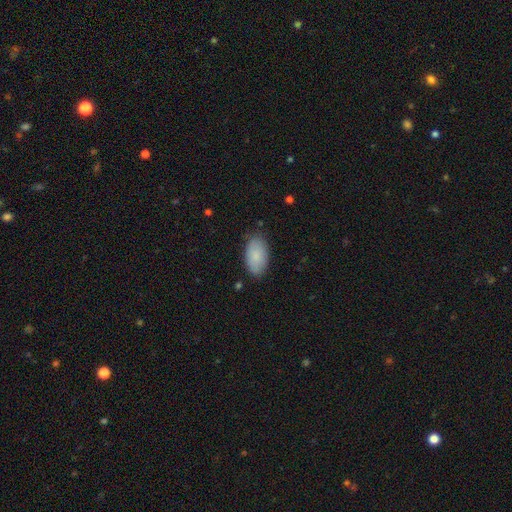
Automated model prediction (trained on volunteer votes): A smooth galaxy with no disk features (86%) that is in between round and cigar-shaped (95%).

Vote fractions:
- Smooth or featured? smooth: 86% / featured or disk: 8% / star or artifact: 6%
- How rounded? in between: 95% / round: 3% / cigar-shaped: 2%
- Merging? none: 82% / minor disturbance: 14% / major disturbance: 3% / merger: 1%